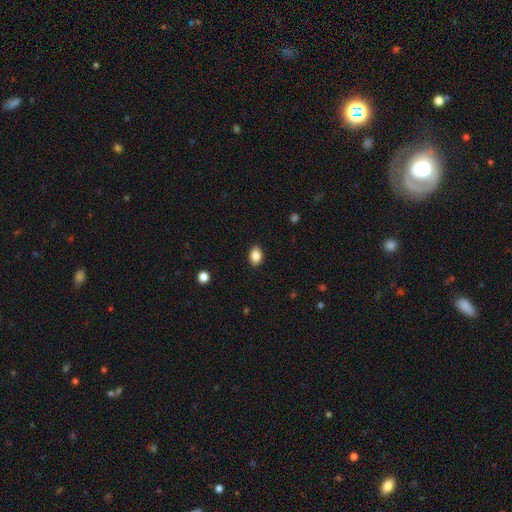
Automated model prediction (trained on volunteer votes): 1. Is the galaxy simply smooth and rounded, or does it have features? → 87% smooth, 8% star or artifact, 5% featured or disk.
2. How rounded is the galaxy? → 81% in between, 17% round, 1% cigar-shaped.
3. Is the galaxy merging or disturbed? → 89% none, 8% minor disturbance, 2% major disturbance, 1% merger.